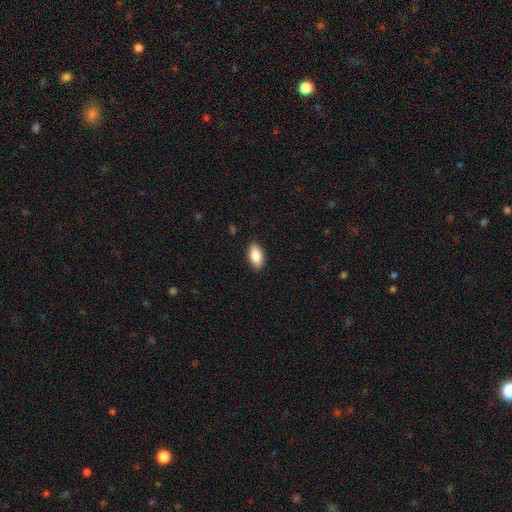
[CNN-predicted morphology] Q: Smooth or featured?
A: smooth (87%); runner-up: featured or disk (7%)
Q: How rounded?
A: in between (93%); runner-up: cigar-shaped (4%)
Q: Merging?
A: none (88%); runner-up: minor disturbance (9%)